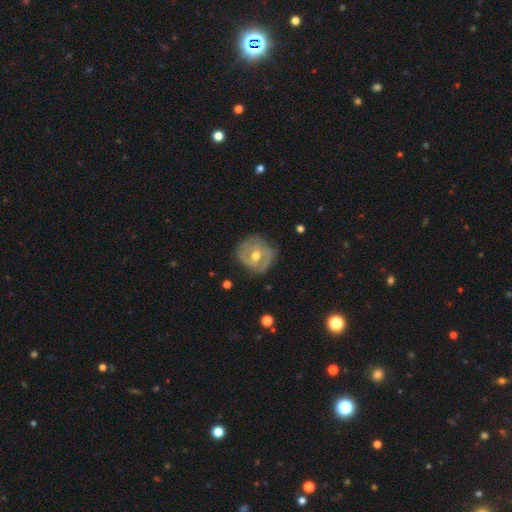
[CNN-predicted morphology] smooth-or-featured: featured or disk: 65% | smooth: 28% | star or artifact: 6%
  disk-edge-on: no: 96% | yes: 4%
    bar: no: 55% | weak: 35% | strong: 10%
    has-spiral-arms: yes: 61% | no: 39%
    bulge-size: moderate: 77% | small: 16% | large: 5% | none: 1% | dominant: 1%
  merging: none: 65% | minor disturbance: 24% | major disturbance: 9% | merger: 2%